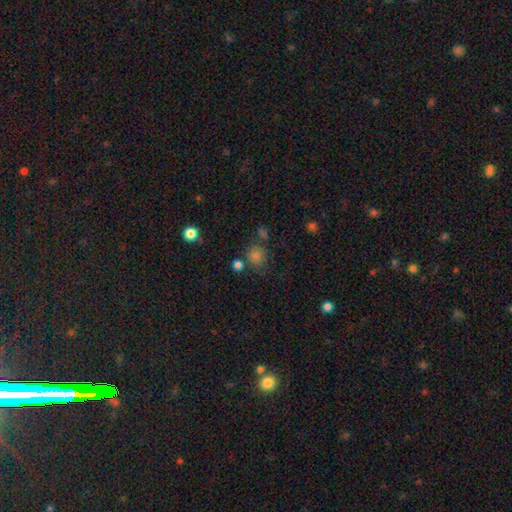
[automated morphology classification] Smooth or featured?
  - smooth: 71% *
  - star or artifact: 21%
  - featured or disk: 8%
How rounded?
  - round: 85% *
  - in between: 14%
  - cigar-shaped: 1%
Merging?
  - none: 72% *
  - minor disturbance: 12%
  - merger: 11%
  - major disturbance: 5%